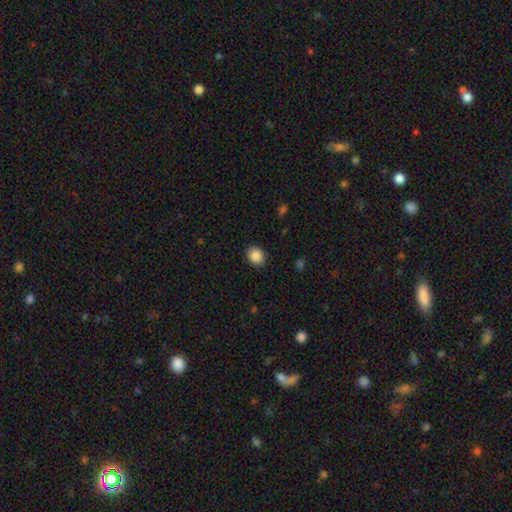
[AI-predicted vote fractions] Smooth or featured?
  - smooth: 86% *
  - star or artifact: 9%
  - featured or disk: 5%
How rounded?
  - round: 55% *
  - in between: 44%
  - cigar-shaped: 1%
Merging?
  - none: 89% *
  - minor disturbance: 8%
  - major disturbance: 2%
  - merger: 1%